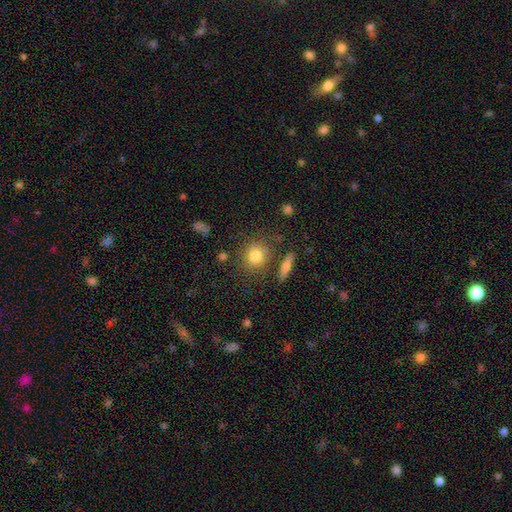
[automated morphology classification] Overall: smooth (80%). How rounded: round (78%). Merging: none (79%).